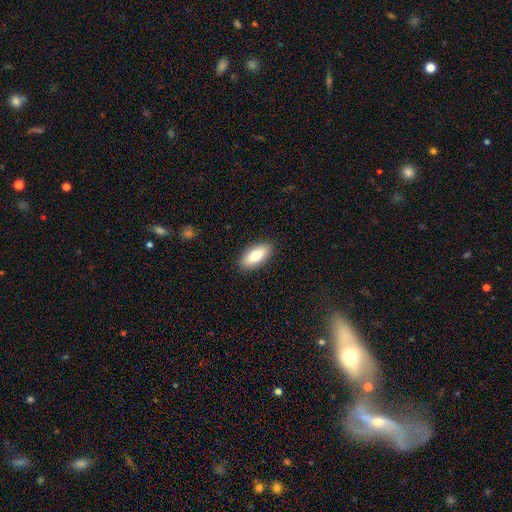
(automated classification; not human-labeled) This appears to be a smooth galaxy with no disk features (78%) that is in between round and cigar-shaped (85%). Merging: none (89%).